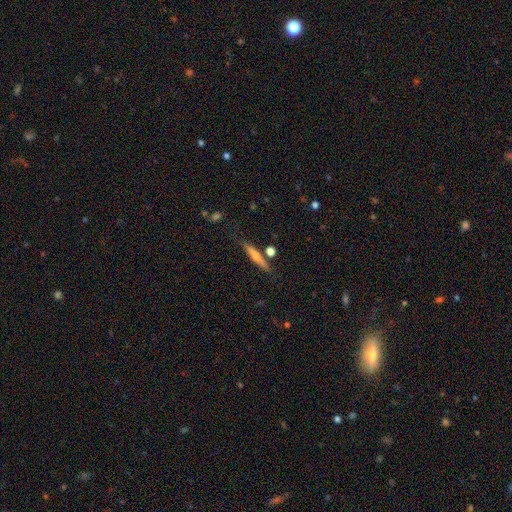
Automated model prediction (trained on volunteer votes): Morphology: type=featured or disk (54%); edge-on=yes (94%); edge-on bulge=rounded (83%); merging=none (79%).